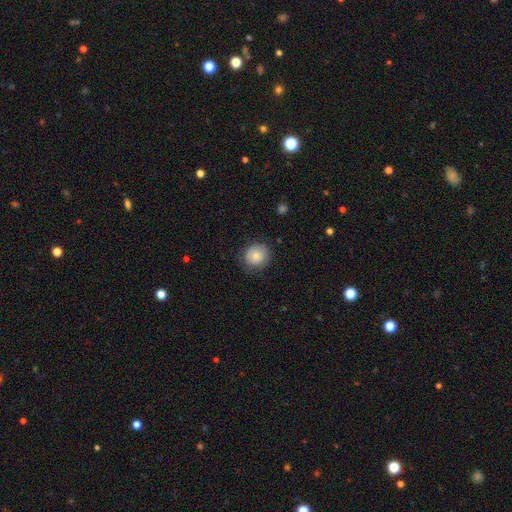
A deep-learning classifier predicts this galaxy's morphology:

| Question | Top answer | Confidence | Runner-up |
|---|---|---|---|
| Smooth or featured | smooth | 76% | featured or disk (16%) |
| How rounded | round | 86% | in between (13%) |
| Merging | none | 78% | minor disturbance (16%) |